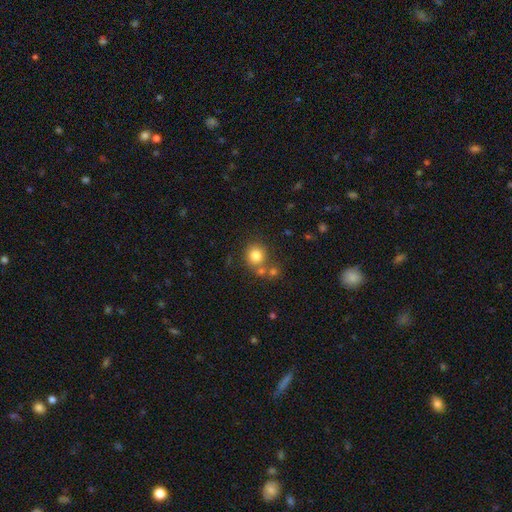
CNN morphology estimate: A smooth galaxy with no disk features (81%) that is round (88%).

Vote fractions:
- Smooth or featured? smooth: 81% / star or artifact: 12% / featured or disk: 8%
- How rounded? round: 88% / in between: 11% / cigar-shaped: 1%
- Merging? none: 66% / merger: 20% / minor disturbance: 10% / major disturbance: 4%